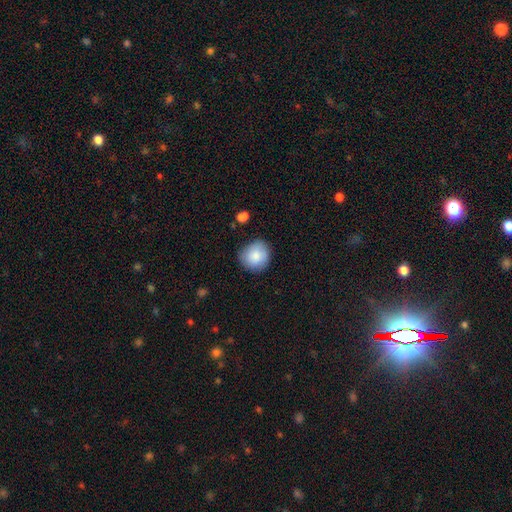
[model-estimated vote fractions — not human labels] Q: Smooth or featured?
A: smooth (85%); runner-up: featured or disk (8%)
Q: How rounded?
A: round (87%); runner-up: in between (13%)
Q: Merging?
A: none (79%); runner-up: minor disturbance (16%)